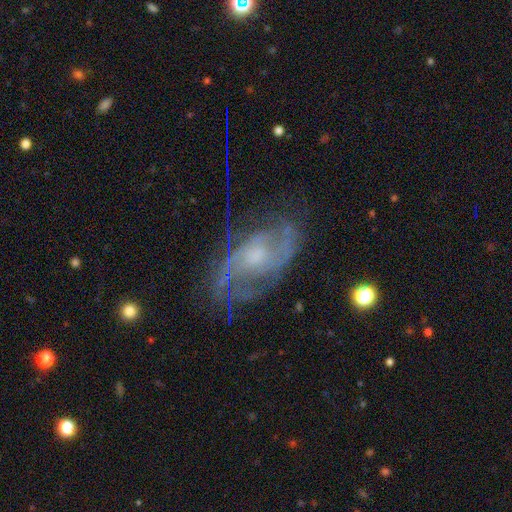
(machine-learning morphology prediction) This appears to be a featured or disk galaxy (81%) with no bar (64%), 2 (56%) medium (45%) spiral arms (89%) and a moderate central bulge (45%). Merging: none (70%).